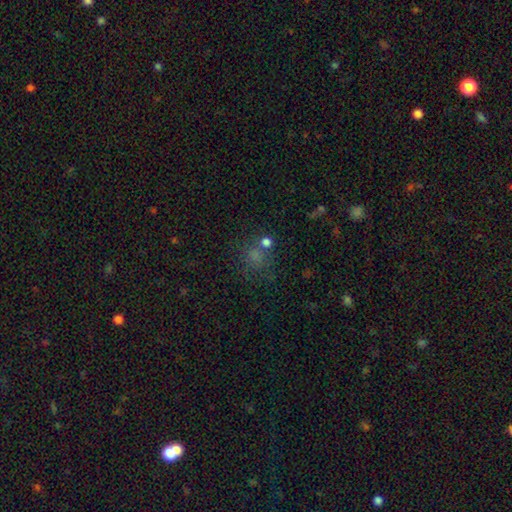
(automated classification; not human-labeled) This appears to be a smooth galaxy with no disk features (59%) that is round (81%). Merging: none (61%).